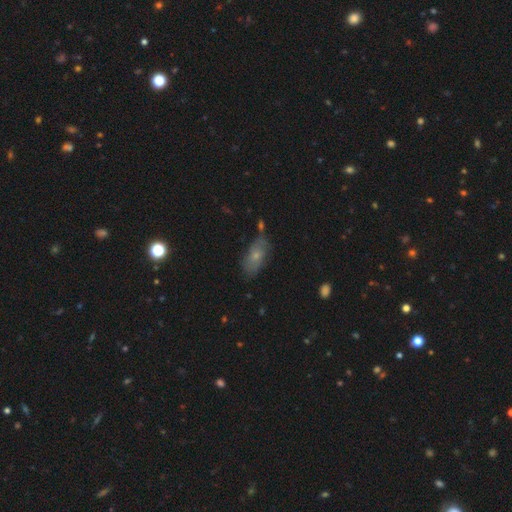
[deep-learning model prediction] Smooth or featured? smooth (59%)
How rounded? in between (86%)
Merging? none (68%)